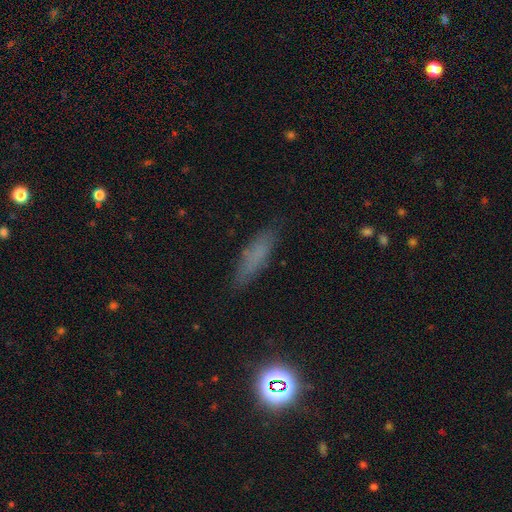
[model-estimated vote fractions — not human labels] Morphology: type=smooth (65%); roundness=cigar-shaped (65%); merging=none (79%).